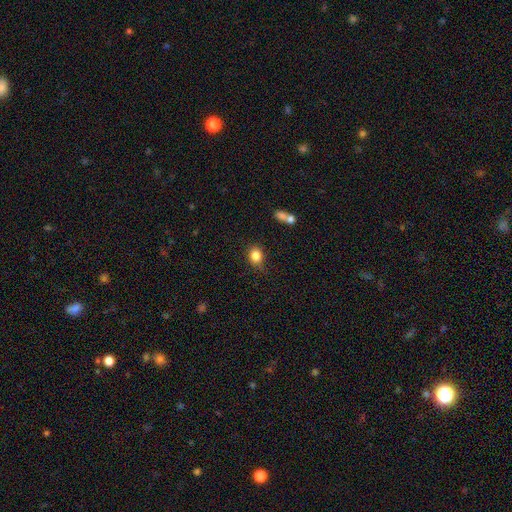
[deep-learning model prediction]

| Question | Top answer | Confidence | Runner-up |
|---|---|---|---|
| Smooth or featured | smooth | 84% | star or artifact (10%) |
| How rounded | round | 65% | in between (34%) |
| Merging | none | 71% | minor disturbance (20%) |